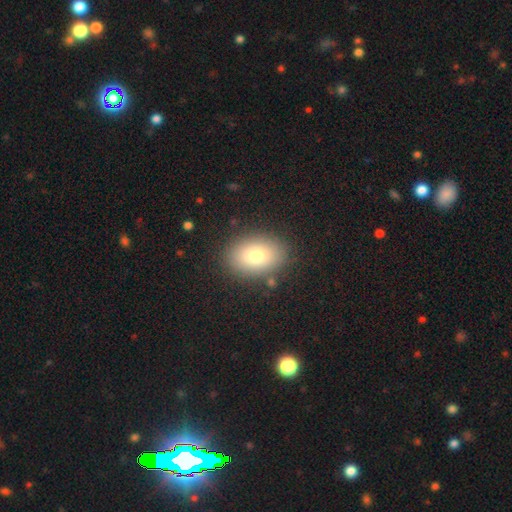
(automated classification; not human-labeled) Morphology: type=smooth (76%); roundness=in between (78%); merging=none (87%).